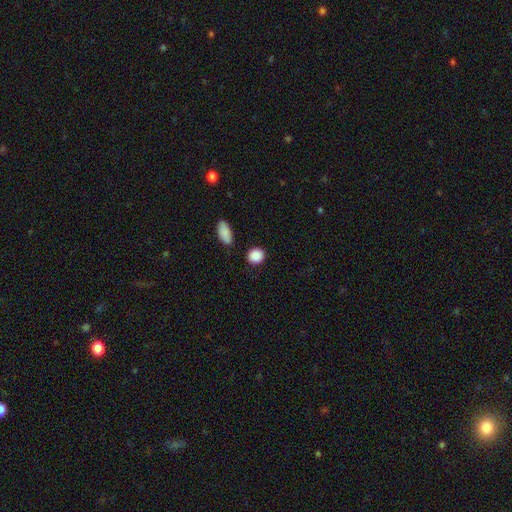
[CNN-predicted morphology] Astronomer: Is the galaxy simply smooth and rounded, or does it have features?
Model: smooth — 89%.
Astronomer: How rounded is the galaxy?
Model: round — 76%.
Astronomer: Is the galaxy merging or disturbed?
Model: none — 86%.